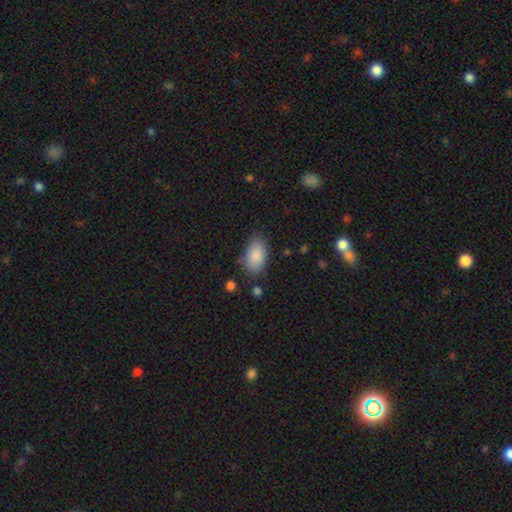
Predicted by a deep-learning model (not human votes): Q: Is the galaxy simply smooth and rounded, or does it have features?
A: smooth — 87%.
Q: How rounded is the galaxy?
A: in between — 93%.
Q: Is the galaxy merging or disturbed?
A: none — 75%.